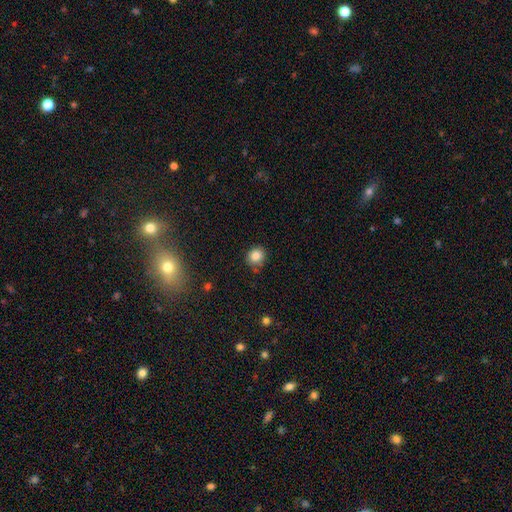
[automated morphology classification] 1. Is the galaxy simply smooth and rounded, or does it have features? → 83% smooth, 11% star or artifact, 6% featured or disk.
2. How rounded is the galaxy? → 82% round, 17% in between, 1% cigar-shaped.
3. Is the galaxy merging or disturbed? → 79% none, 15% minor disturbance, 3% major disturbance, 3% merger.